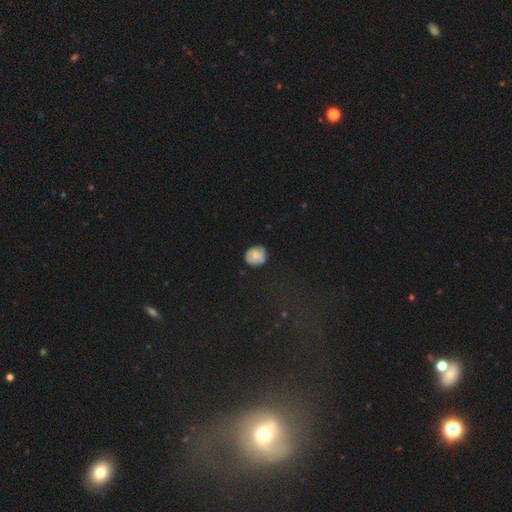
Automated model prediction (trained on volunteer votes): This is likely a smooth galaxy (64%). How rounded: likely round (76%). Merging: likely none (73%).